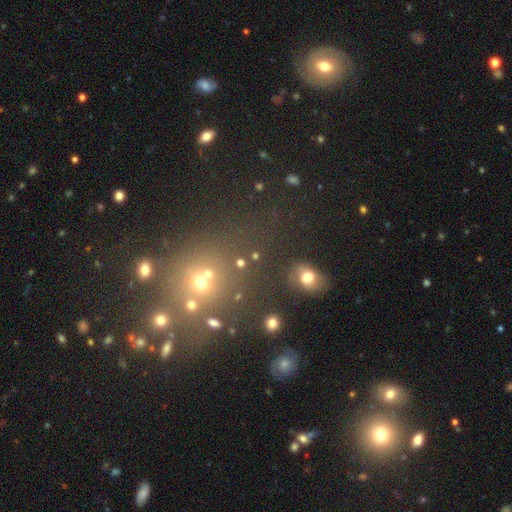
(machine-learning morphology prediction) Q: Smooth or featured?
A: smooth (58%); runner-up: star or artifact (30%)
Q: How rounded?
A: round (65%); runner-up: in between (32%)
Q: Merging?
A: none (68%); runner-up: merger (15%)